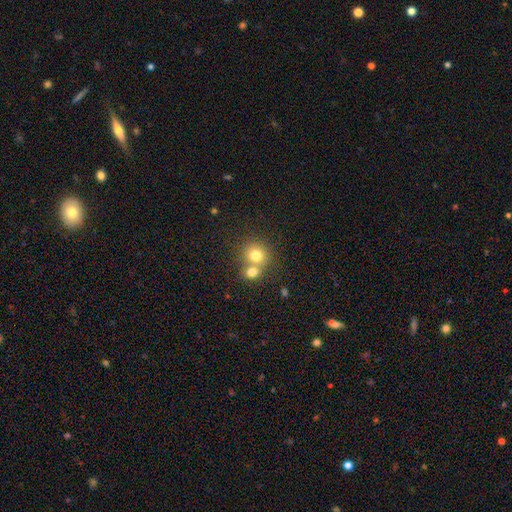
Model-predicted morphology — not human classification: smooth-or-featured: smooth: 76% | featured or disk: 13% | star or artifact: 12%
  how-rounded: round: 84% | in between: 16% | cigar-shaped: 1%
  merging: merger: 50% | none: 42% | minor disturbance: 6% | major disturbance: 2%